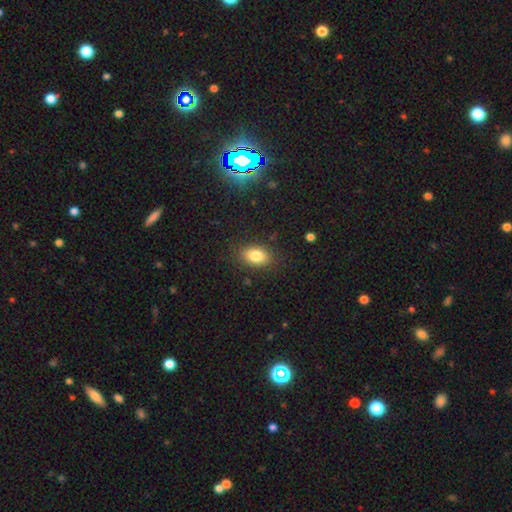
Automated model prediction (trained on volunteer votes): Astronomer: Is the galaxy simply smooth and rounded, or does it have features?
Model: smooth — 83%.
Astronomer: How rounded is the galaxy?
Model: in between — 86%.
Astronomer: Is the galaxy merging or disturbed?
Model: none — 84%.